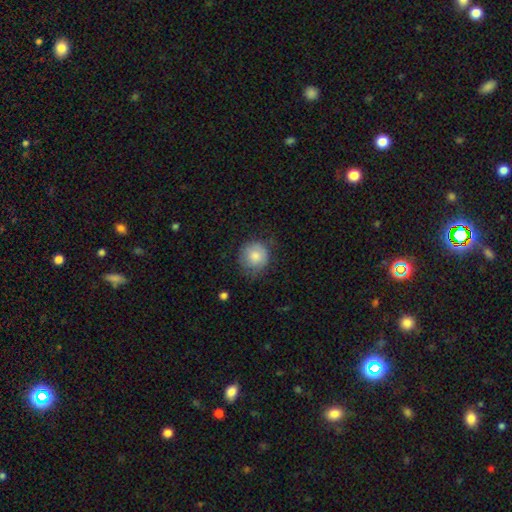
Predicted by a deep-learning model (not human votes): smooth 83%, featured or disk 10%, star or artifact 7%. Down the decision tree: how rounded — round (89%); merging — none (67%).